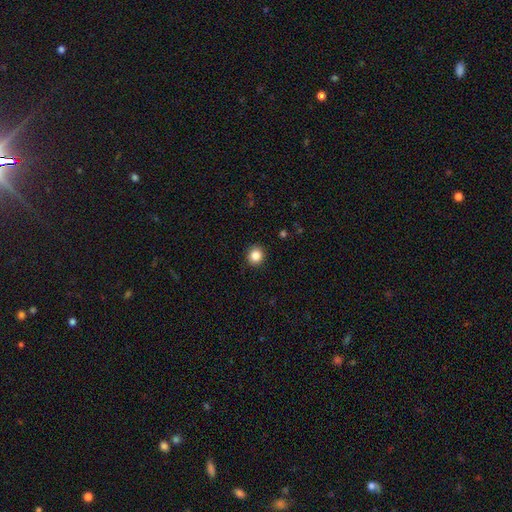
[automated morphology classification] smooth_or_featured: smooth (p=0.85) [alt: star or artifact p=0.11]
how_rounded: round (p=0.89) [alt: in between p=0.10]
merging: none (p=0.91) [alt: minor disturbance p=0.06]